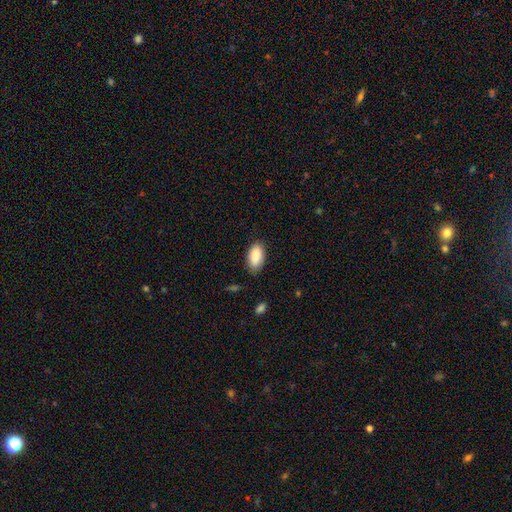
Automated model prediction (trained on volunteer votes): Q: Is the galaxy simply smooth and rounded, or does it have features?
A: smooth — 89%.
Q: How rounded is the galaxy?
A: in between — 94%.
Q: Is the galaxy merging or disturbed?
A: none — 80%.